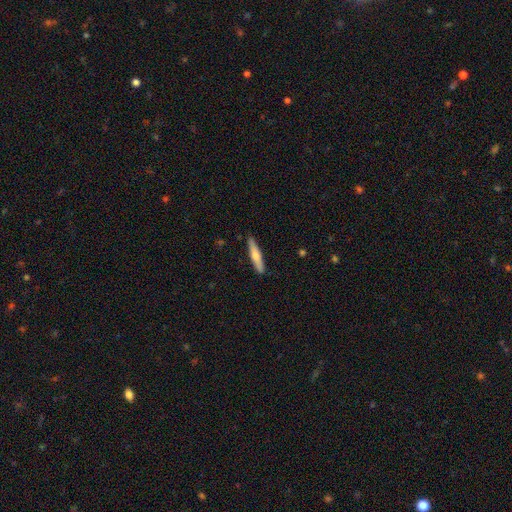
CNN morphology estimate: Q: Smooth or featured?
A: smooth (60%); runner-up: featured or disk (34%)
Q: How rounded?
A: cigar-shaped (88%); runner-up: in between (11%)
Q: Merging?
A: none (89%); runner-up: minor disturbance (9%)